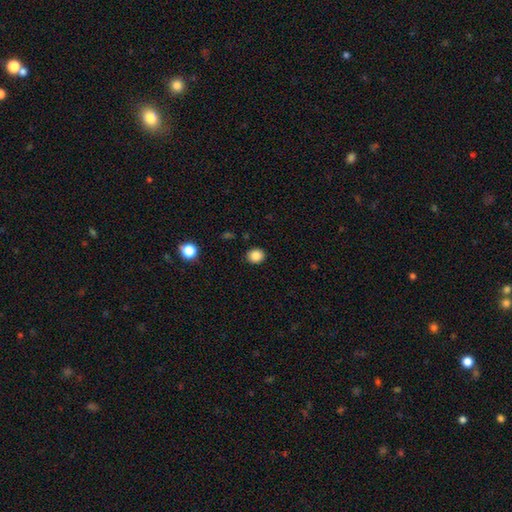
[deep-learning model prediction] Q: Smooth or featured?
A: smooth (86%); runner-up: star or artifact (10%)
Q: How rounded?
A: round (76%); runner-up: in between (23%)
Q: Merging?
A: none (90%); runner-up: minor disturbance (7%)